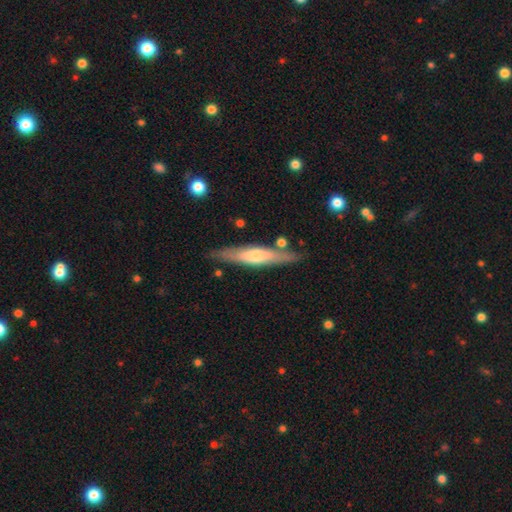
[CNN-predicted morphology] This appears to be a featured or disk galaxy (48%). Merging: none (80%).